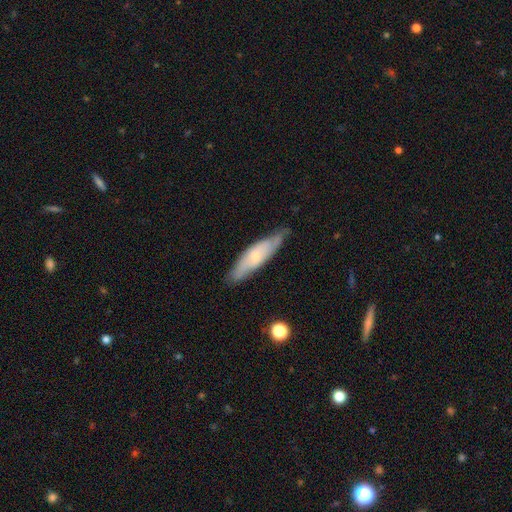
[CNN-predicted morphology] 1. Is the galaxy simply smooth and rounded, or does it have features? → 47% featured or disk, 46% smooth, 6% star or artifact.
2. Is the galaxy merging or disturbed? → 74% none, 20% minor disturbance, 4% major disturbance, 2% merger.